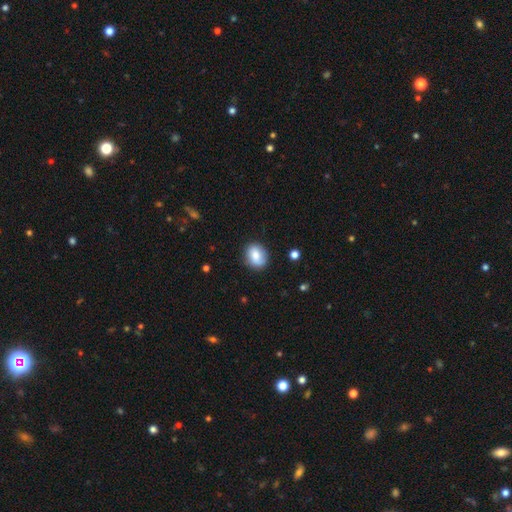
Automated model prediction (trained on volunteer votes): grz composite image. It shows a smooth galaxy with no disk features (72%) that is round (57%). Merging: none (82%).